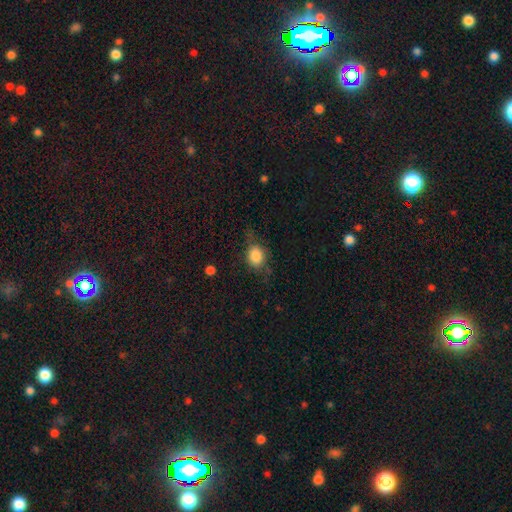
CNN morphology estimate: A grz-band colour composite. It shows a smooth galaxy with no disk features (80%) that is round (52%). Merging: none (57%).